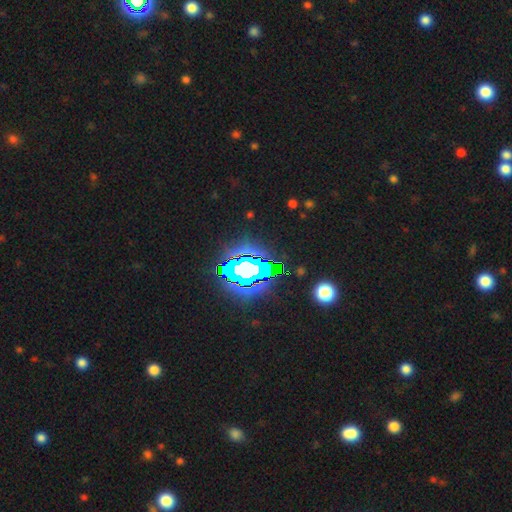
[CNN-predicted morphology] A star or artifact, not a galaxy (83%).

Vote fractions:
- Smooth or featured? star or artifact: 83% / smooth: 10% / featured or disk: 6%